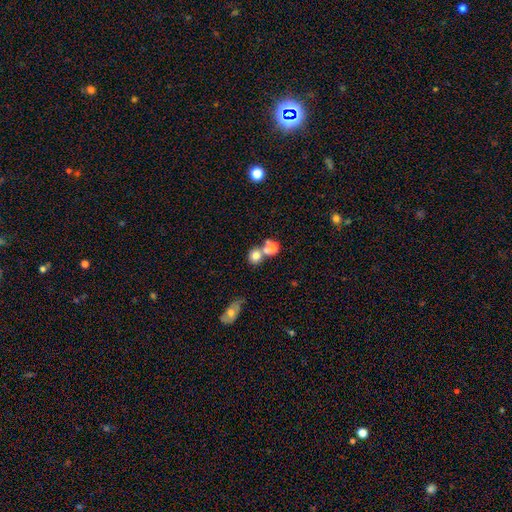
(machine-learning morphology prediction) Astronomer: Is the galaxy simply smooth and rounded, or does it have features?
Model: smooth — 76%.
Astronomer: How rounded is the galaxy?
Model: round — 83%.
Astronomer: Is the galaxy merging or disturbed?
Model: merger — 44% (runner-up: none, 43%).